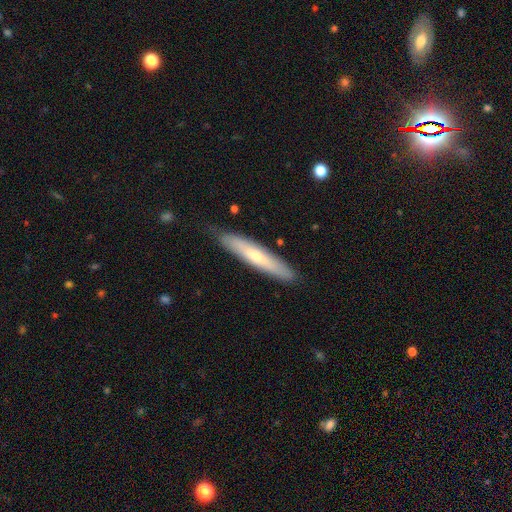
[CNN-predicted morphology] Smooth or featured: smooth — 59% (featured or disk — 36%)
How rounded: cigar-shaped — 88% (in between — 11%)
Merging: none — 82% (minor disturbance — 15%)